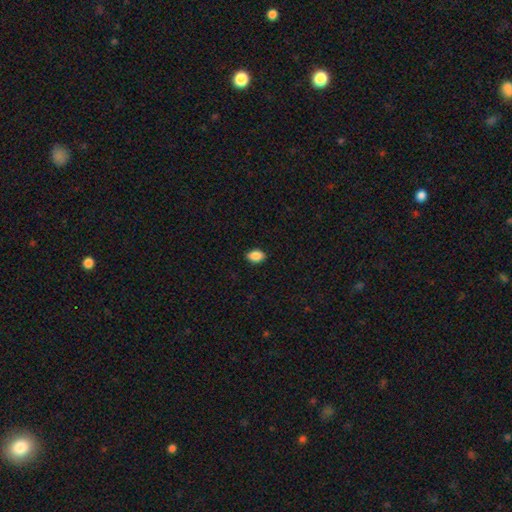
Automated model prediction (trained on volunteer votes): Morphology: type=smooth (89%); roundness=in between (84%); merging=none (89%).